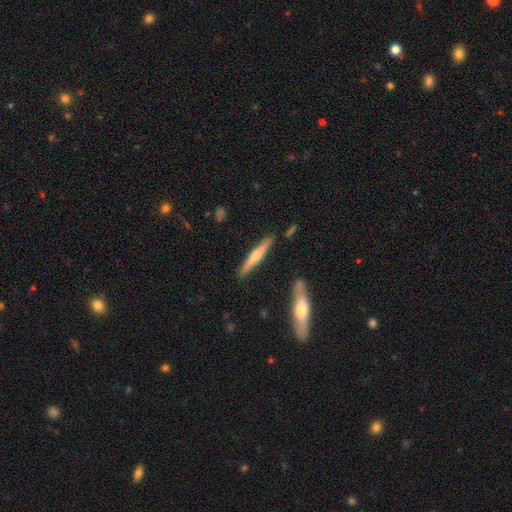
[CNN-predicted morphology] This appears to be a featured or disk galaxy (47%, tied with smooth). Merging: none (87%).